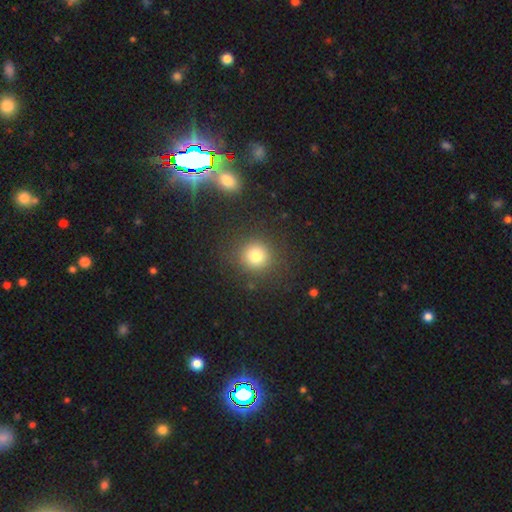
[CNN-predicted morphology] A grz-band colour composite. It shows a smooth galaxy with no disk features (78%) that is round (92%). Merging: none (87%).